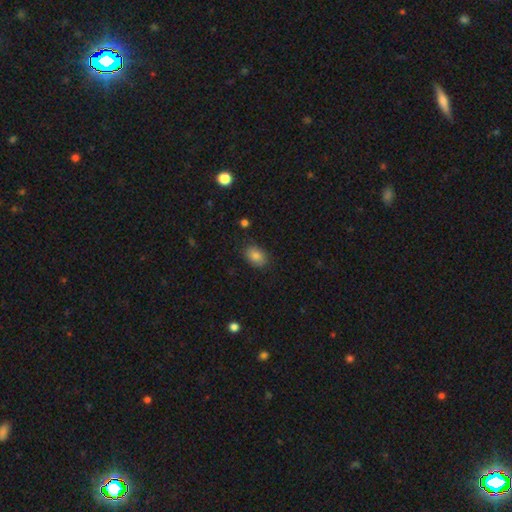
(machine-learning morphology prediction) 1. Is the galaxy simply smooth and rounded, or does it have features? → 84% smooth, 9% star or artifact, 7% featured or disk.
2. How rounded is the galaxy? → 80% in between, 19% round, 1% cigar-shaped.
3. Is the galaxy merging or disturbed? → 85% none, 11% minor disturbance, 3% major disturbance, 1% merger.